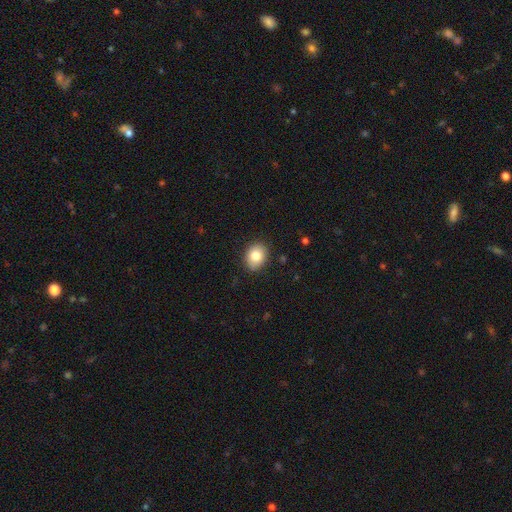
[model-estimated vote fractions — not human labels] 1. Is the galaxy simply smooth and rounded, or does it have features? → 82% smooth, 10% featured or disk, 9% star or artifact.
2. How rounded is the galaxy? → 53% in between, 46% round, 1% cigar-shaped.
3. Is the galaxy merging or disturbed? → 86% none, 11% minor disturbance, 2% major disturbance, 1% merger.